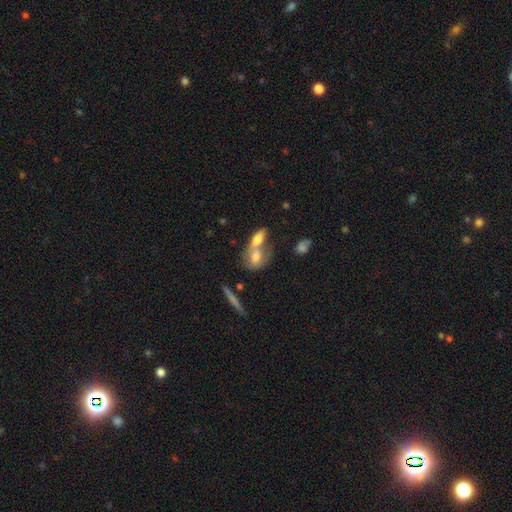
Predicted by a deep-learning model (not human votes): Smooth or featured? Predicted: smooth (p=0.57). How rounded? Predicted: in between (p=0.68). Merging? Predicted: merger (p=0.58).